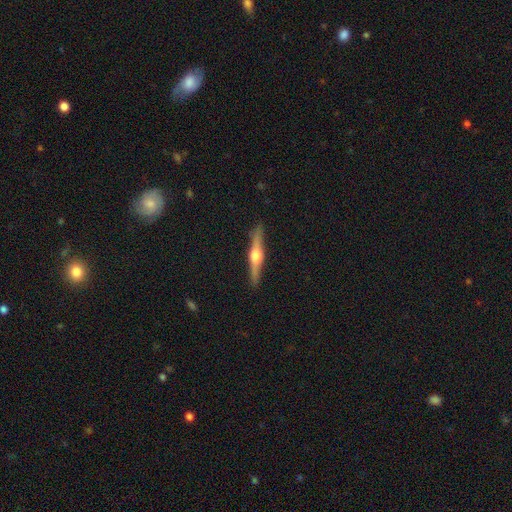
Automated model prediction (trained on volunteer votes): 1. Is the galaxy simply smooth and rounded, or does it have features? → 74% featured or disk, 20% smooth, 5% star or artifact.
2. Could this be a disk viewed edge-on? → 98% yes, 2% no.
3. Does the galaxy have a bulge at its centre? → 94% rounded, 4% boxy, 2% none.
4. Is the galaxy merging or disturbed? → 90% none, 8% minor disturbance, 1% major disturbance, 1% merger.